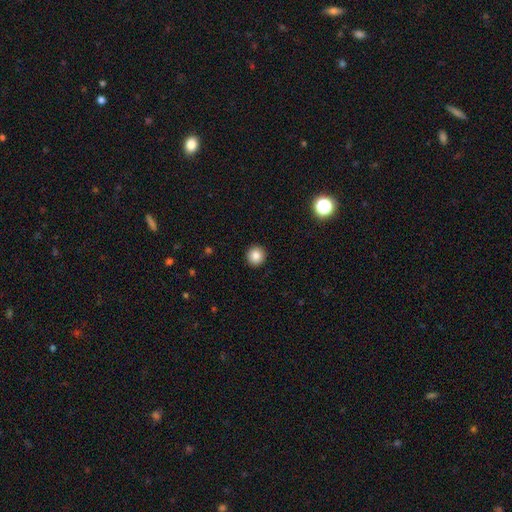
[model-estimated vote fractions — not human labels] Smooth or featured? Predicted: smooth (p=0.86). How rounded? Predicted: round (p=0.95). Merging? Predicted: none (p=0.93).